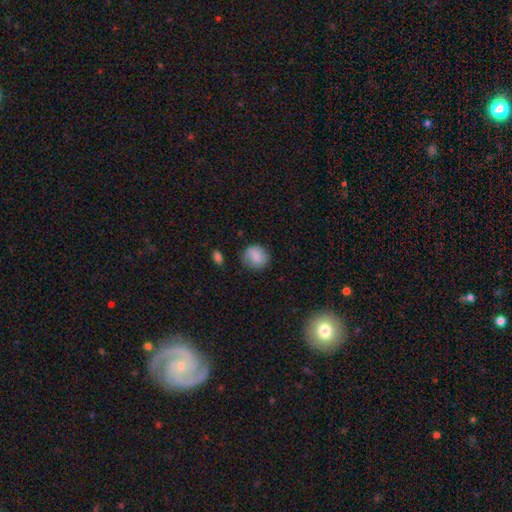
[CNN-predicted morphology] smooth_or_featured: smooth (p=0.84) [alt: star or artifact p=0.08]
how_rounded: round (p=0.70) [alt: in between p=0.28]
merging: none (p=0.76) [alt: minor disturbance p=0.17]